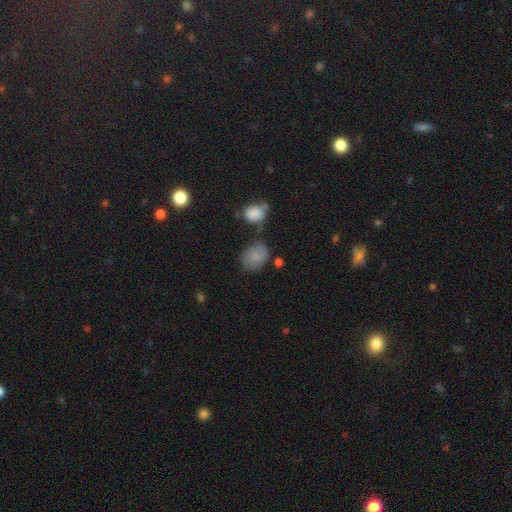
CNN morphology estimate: smooth-or-featured: smooth: 81% | featured or disk: 10% | star or artifact: 10%
  how-rounded: in between: 59% | round: 40% | cigar-shaped: 1%
  merging: none: 62% | minor disturbance: 23% | merger: 8% | major disturbance: 7%